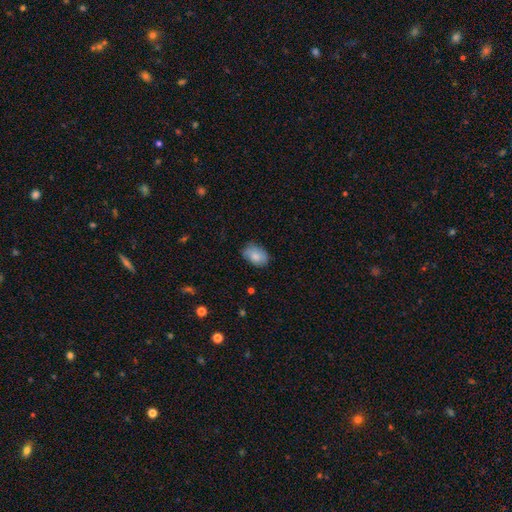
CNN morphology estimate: This is clearly a smooth galaxy (82%). How rounded: clearly in between (86%). Merging: likely none (72%).